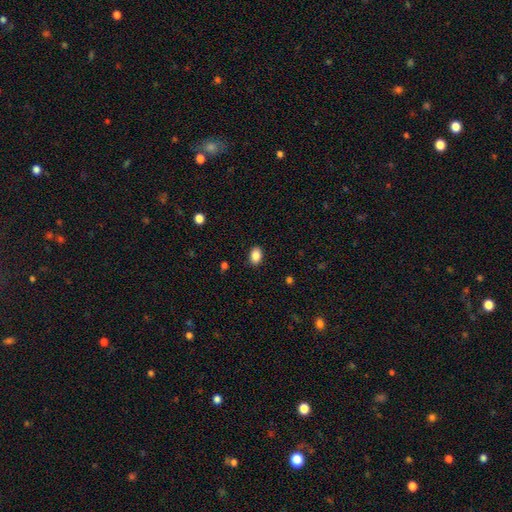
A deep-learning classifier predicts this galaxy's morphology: type=smooth (87%); roundness=in between (79%); merging=none (88%).